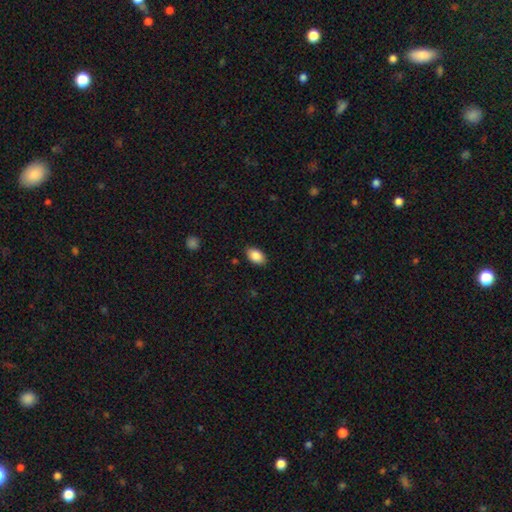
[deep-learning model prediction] smooth 87%, star or artifact 7%, featured or disk 5%. Down the decision tree: how rounded — in between (91%); merging — none (87%).